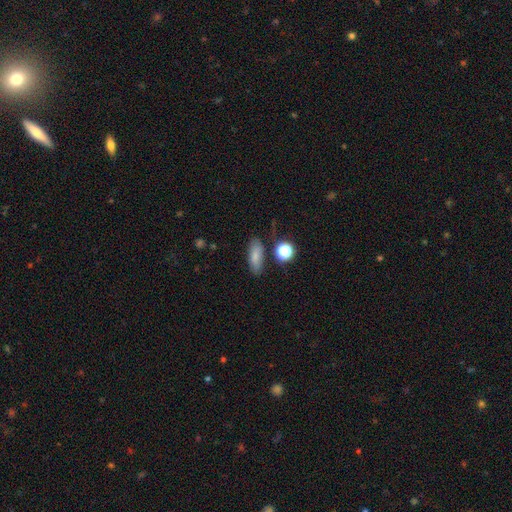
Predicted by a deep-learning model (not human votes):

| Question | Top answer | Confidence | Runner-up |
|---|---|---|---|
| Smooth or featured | smooth | 77% | featured or disk (13%) |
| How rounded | in between | 69% | cigar-shaped (24%) |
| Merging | none | 77% | minor disturbance (14%) |